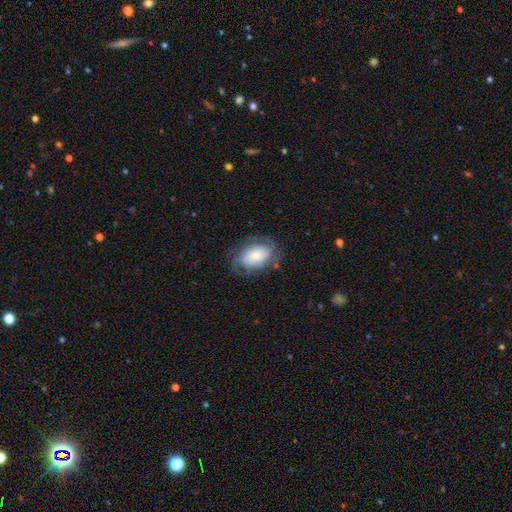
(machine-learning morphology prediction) Smooth or featured? featured or disk (47%)
Merging? none (63%)